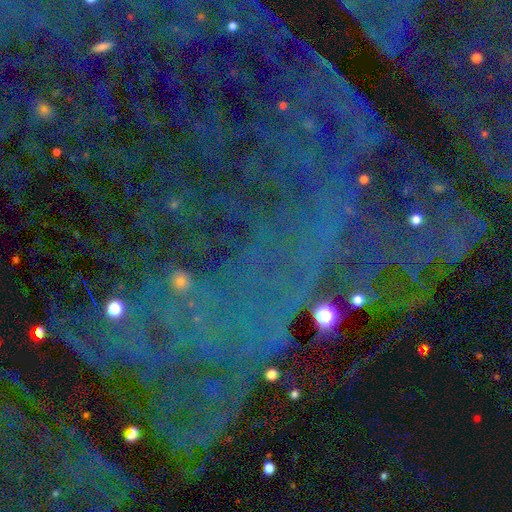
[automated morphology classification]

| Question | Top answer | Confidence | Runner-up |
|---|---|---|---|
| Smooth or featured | star or artifact | 85% | featured or disk (8%) |